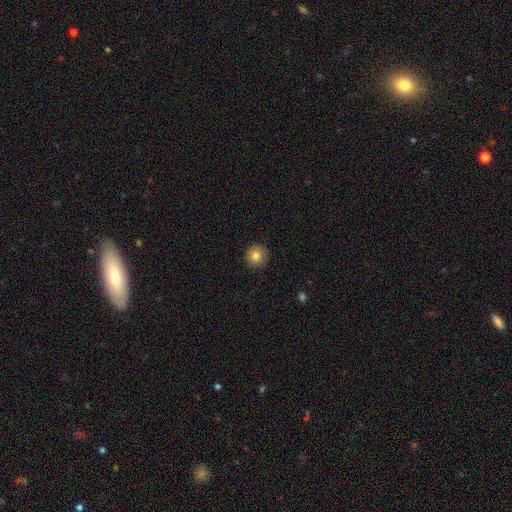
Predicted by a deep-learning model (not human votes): Q: Smooth or featured?
A: smooth (80%); runner-up: featured or disk (11%)
Q: How rounded?
A: round (95%); runner-up: in between (4%)
Q: Merging?
A: none (90%); runner-up: minor disturbance (7%)